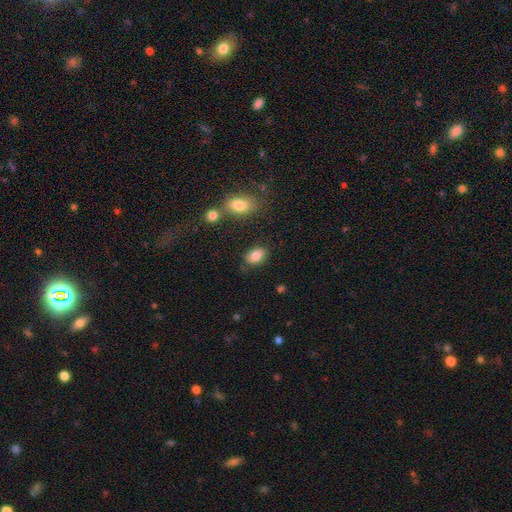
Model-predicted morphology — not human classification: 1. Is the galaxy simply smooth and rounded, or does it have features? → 82% smooth, 10% featured or disk, 8% star or artifact.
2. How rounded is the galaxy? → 86% in between, 12% round, 1% cigar-shaped.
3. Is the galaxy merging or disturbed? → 82% none, 12% minor disturbance, 4% merger, 3% major disturbance.